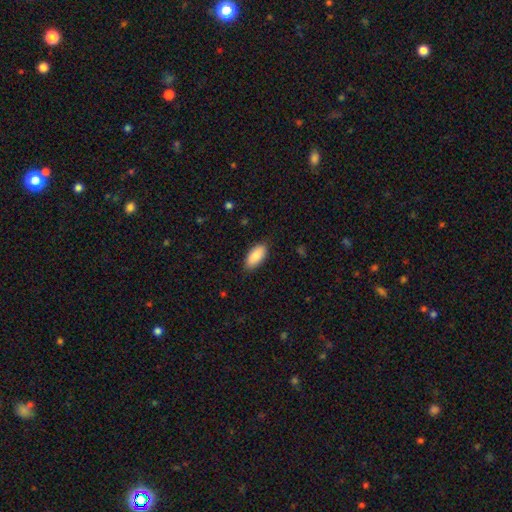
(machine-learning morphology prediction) type=smooth (88%); roundness=in between (91%); merging=none (85%).